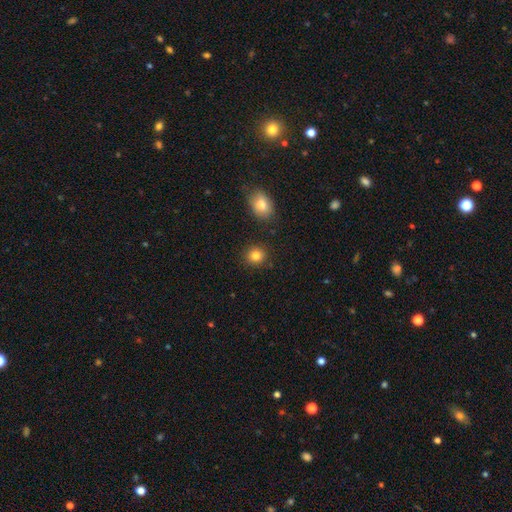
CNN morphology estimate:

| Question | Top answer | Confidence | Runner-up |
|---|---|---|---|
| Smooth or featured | smooth | 84% | star or artifact (11%) |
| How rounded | round | 84% | in between (15%) |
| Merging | none | 87% | minor disturbance (7%) |